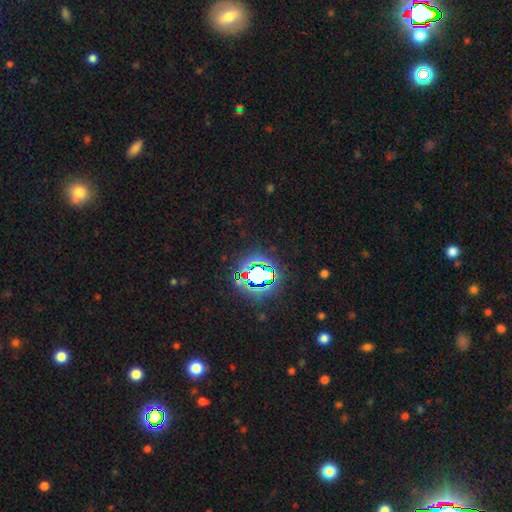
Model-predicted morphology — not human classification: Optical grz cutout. It shows a star or artifact, not a galaxy (81%).